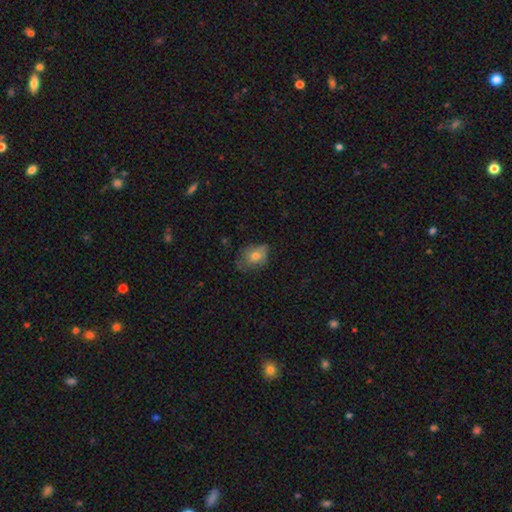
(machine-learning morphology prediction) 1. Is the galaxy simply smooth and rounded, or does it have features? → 71% smooth, 19% featured or disk, 10% star or artifact.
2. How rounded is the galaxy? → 60% in between, 39% round, 1% cigar-shaped.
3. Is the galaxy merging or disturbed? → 48% none, 35% minor disturbance, 15% major disturbance, 2% merger.